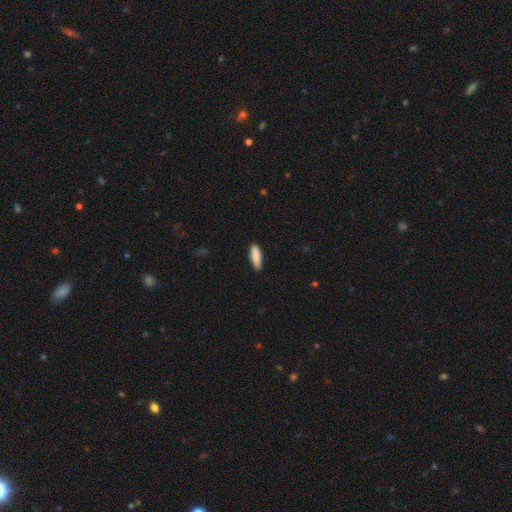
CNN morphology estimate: smooth-or-featured: smooth: 88% | featured or disk: 6% | star or artifact: 6%
  how-rounded: in between: 50% | cigar-shaped: 49% | round: 2%
  merging: none: 87% | minor disturbance: 10% | major disturbance: 2% | merger: 1%